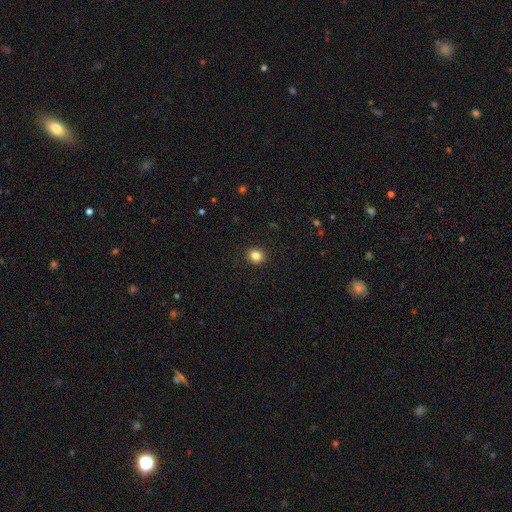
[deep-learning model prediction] The model was most divided on "how rounded": round: 82%, in between: 17%, cigar-shaped: 1%. More confident: merging — none (92%); smooth or featured — smooth (83%).